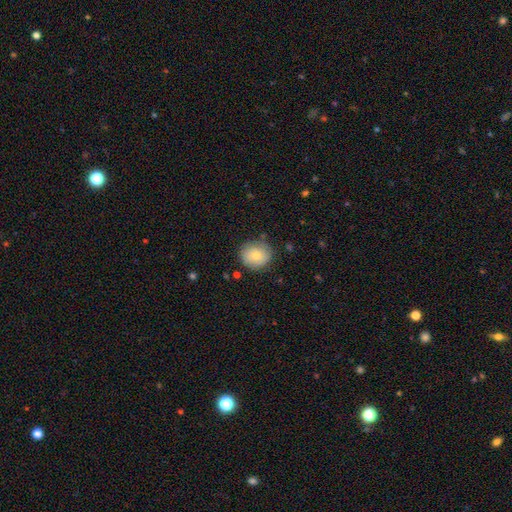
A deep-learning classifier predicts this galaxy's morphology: smooth 77%, featured or disk 15%, star or artifact 8%. Down the decision tree: how rounded — round (82%); merging — none (78%).